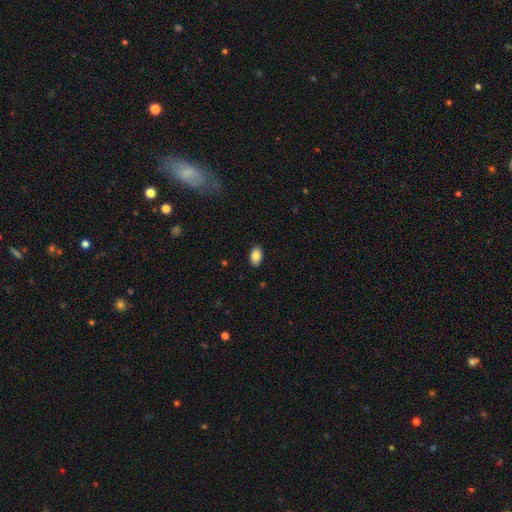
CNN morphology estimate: smooth_or_featured: smooth (p=0.86) [alt: star or artifact p=0.08]
how_rounded: in between (p=0.91) [alt: round p=0.07]
merging: none (p=0.89) [alt: minor disturbance p=0.09]